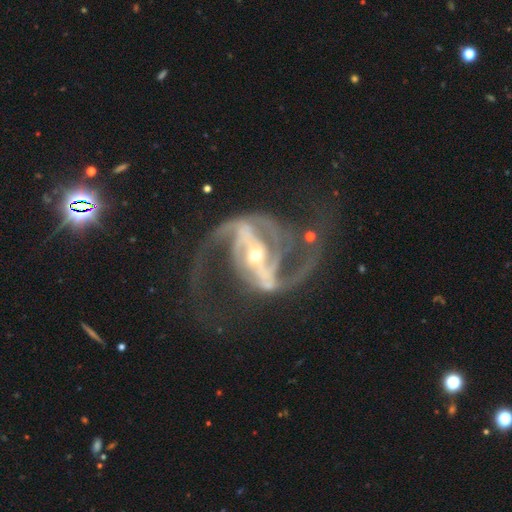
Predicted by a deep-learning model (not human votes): smooth-or-featured: featured or disk: 93% | star or artifact: 5% | smooth: 2%
  disk-edge-on: no: 97% | yes: 3%
    bar: strong: 69% | weak: 22% | no: 9%
    has-spiral-arms: yes: 98% | no: 2%
      spiral-winding: medium: 54% | loose: 32% | tight: 15%
      spiral-arm-count: 2: 77% | 3: 10% | can't tell: 4% | 4: 3% | 1: 3% | more than 4: 3%
    bulge-size: small: 59% | moderate: 36% | large: 2% | none: 1% | dominant: 1%
  merging: none: 52% | major disturbance: 28% | minor disturbance: 16% | merger: 4%